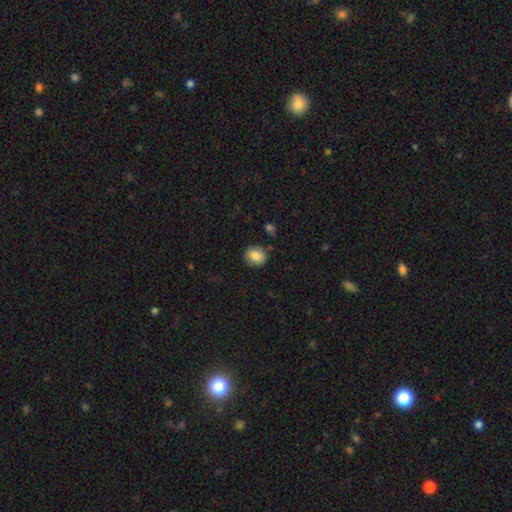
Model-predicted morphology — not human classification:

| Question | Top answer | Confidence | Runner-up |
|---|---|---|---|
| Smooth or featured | smooth | 84% | star or artifact (8%) |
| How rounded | round | 58% | in between (41%) |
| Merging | none | 84% | minor disturbance (11%) |